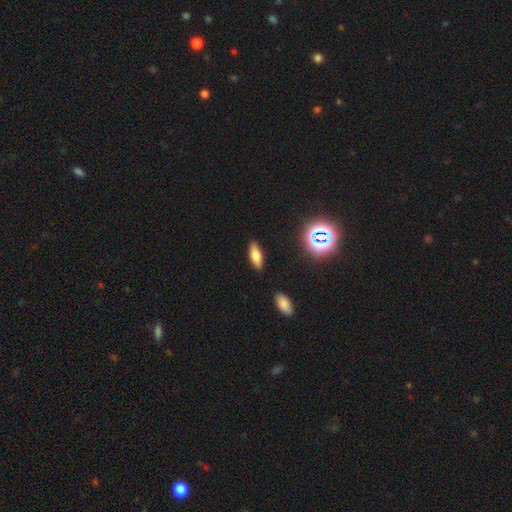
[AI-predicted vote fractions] Smooth or featured? Predicted: smooth (p=0.68). How rounded? Predicted: in between (p=0.69). Merging? Predicted: none (p=0.87).